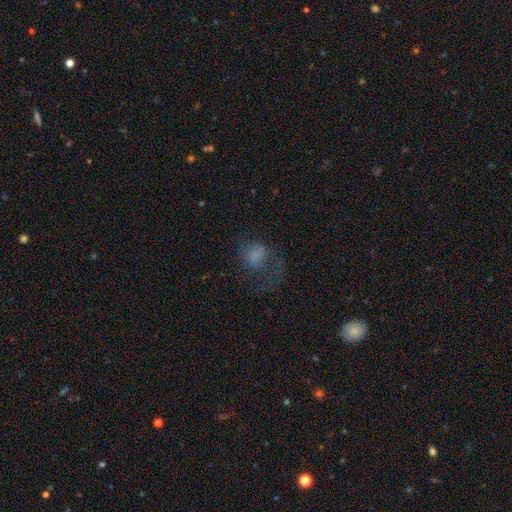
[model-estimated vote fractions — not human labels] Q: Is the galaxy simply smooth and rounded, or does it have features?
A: smooth — 54%.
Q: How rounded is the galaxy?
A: round — 51%.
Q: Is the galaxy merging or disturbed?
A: major disturbance — 51%.